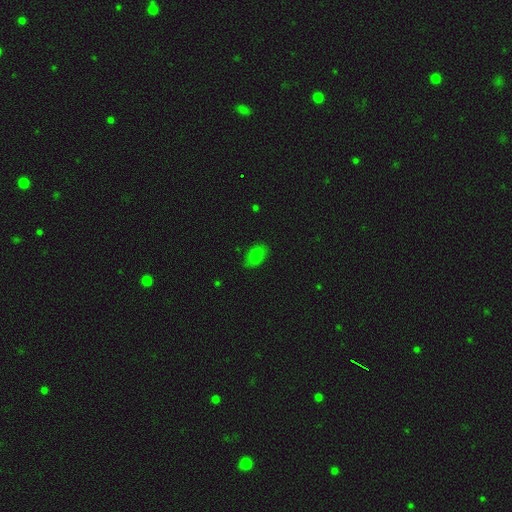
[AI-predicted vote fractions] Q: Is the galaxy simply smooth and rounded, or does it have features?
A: smooth — 78%.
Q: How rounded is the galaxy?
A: in between — 86%.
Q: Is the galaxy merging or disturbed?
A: none — 78%.